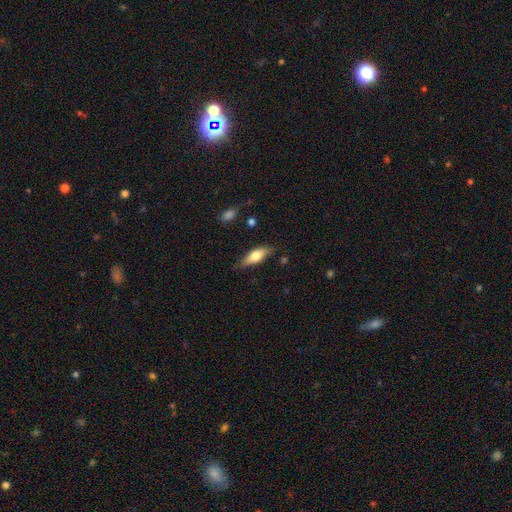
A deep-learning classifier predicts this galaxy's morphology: smooth 64%, featured or disk 29%, star or artifact 6%. Down the decision tree: how rounded — in between (67%); merging — none (73%).